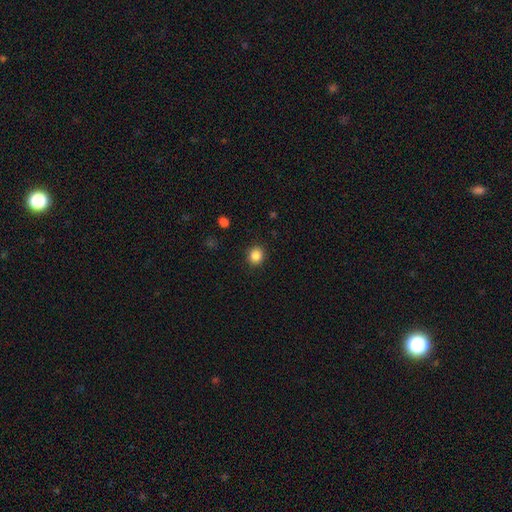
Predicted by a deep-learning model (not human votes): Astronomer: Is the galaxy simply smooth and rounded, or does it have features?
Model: smooth — 86%.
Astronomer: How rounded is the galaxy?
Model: round — 85%.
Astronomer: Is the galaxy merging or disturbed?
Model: none — 90%.